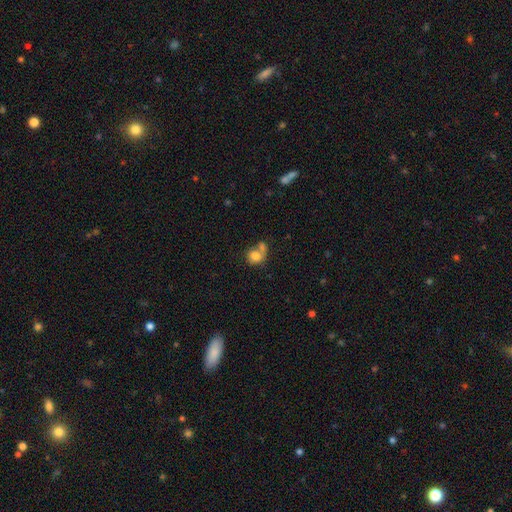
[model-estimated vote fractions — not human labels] Smooth or featured? smooth (78%)
How rounded? round (74%)
Merging? merger (43%)